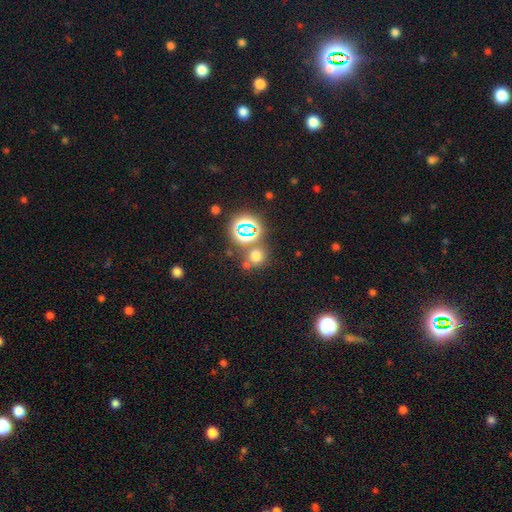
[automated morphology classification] A smooth galaxy with no disk features (60%) that is round (80%). Merging: none (68%).